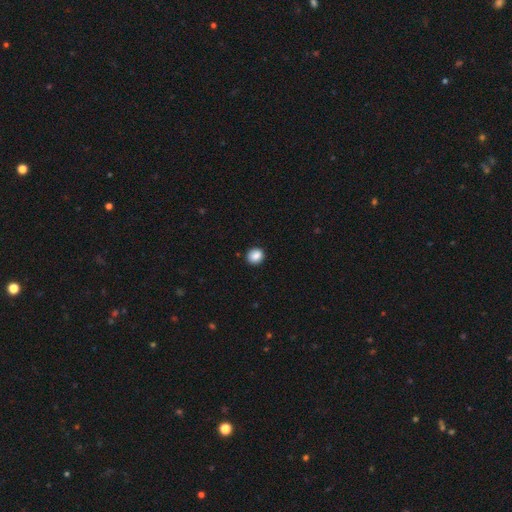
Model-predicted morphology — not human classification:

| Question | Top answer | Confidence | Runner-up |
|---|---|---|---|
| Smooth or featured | smooth | 88% | star or artifact (9%) |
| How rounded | round | 79% | in between (21%) |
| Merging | none | 90% | minor disturbance (7%) |